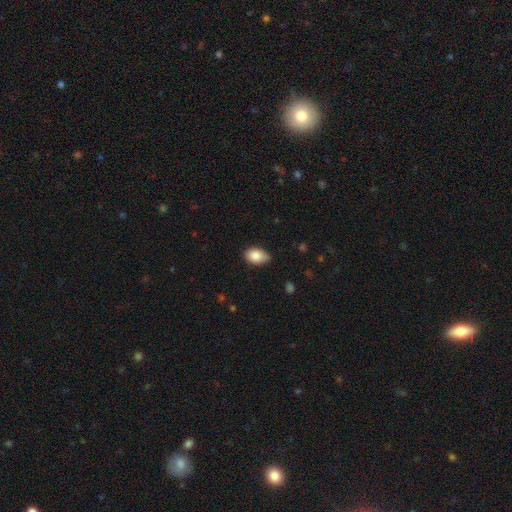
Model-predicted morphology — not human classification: smooth 87%, star or artifact 7%, featured or disk 6%. Down the decision tree: how rounded — in between (89%); merging — none (75%).